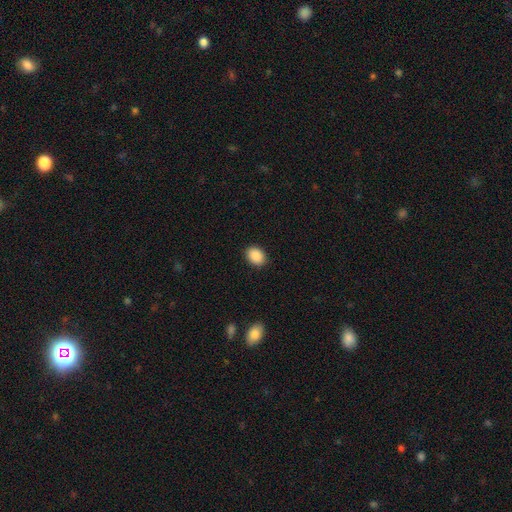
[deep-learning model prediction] smooth-or-featured: smooth: 90% | star or artifact: 7% | featured or disk: 3%
  how-rounded: in between: 68% | round: 31% | cigar-shaped: 1%
  merging: none: 90% | minor disturbance: 7% | major disturbance: 2% | merger: 1%